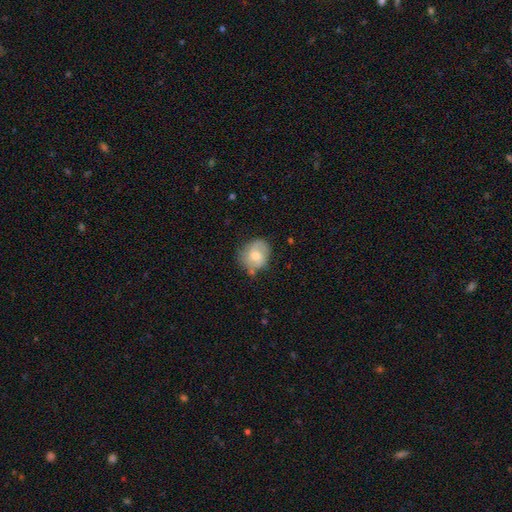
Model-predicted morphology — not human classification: Smooth or featured? Predicted: smooth (p=0.55). How rounded? Predicted: round (p=0.67). Merging? Predicted: none (p=0.61).